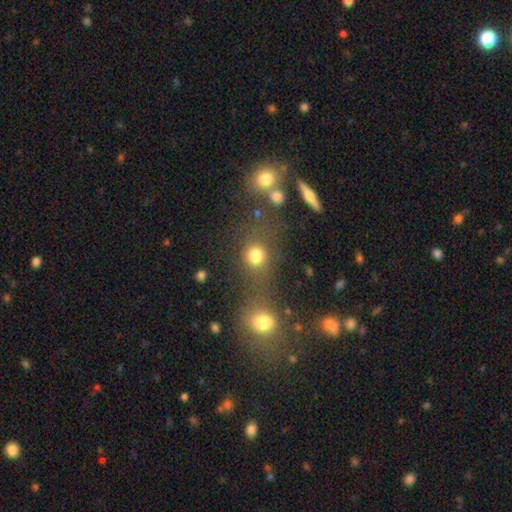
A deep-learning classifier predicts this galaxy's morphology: smooth-or-featured: smooth: 78% | star or artifact: 15% | featured or disk: 8%
  how-rounded: round: 81% | in between: 17% | cigar-shaped: 2%
  merging: none: 49% | merger: 35% | minor disturbance: 9% | major disturbance: 7%